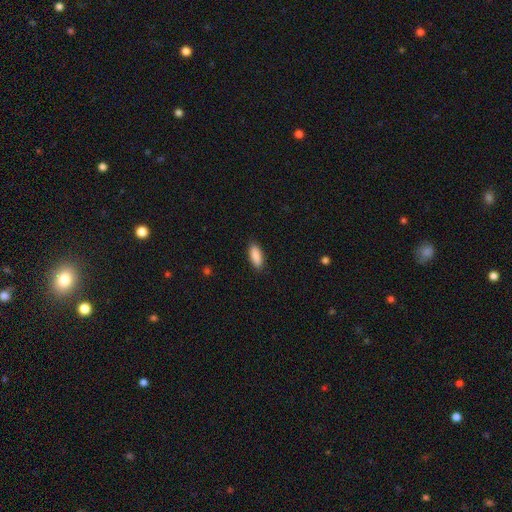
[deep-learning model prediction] A smooth galaxy with no disk features (90%) that is in between round and cigar-shaped (78%). Merging: none (88%).